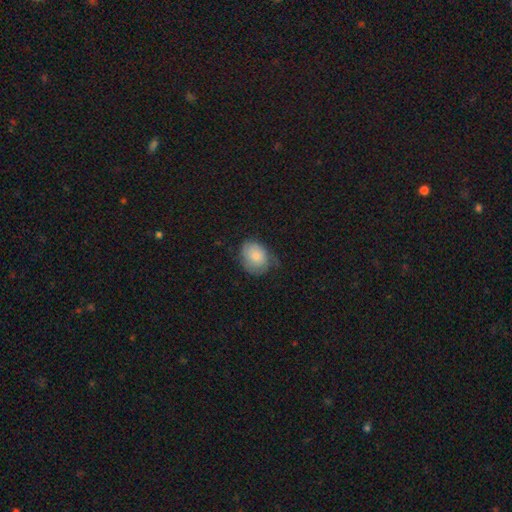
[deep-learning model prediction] The model was most divided on "how rounded": in between: 55%, round: 44%, cigar-shaped: 1%. More confident: smooth or featured — smooth (76%); merging — none (52%).